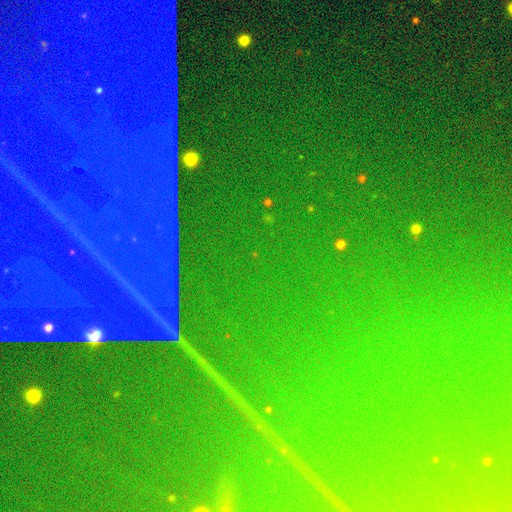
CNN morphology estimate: Q: Smooth or featured?
A: star or artifact (89%); runner-up: featured or disk (6%)